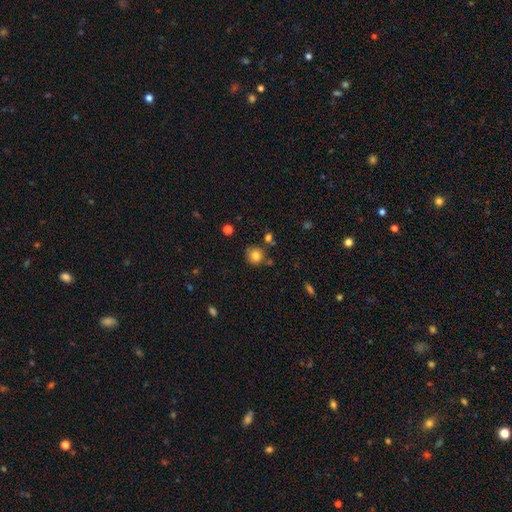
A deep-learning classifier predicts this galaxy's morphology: The model was most divided on "merging": none: 74%, minor disturbance: 14%, merger: 8%, major disturbance: 4%. More confident: how rounded — round (89%); smooth or featured — smooth (81%).